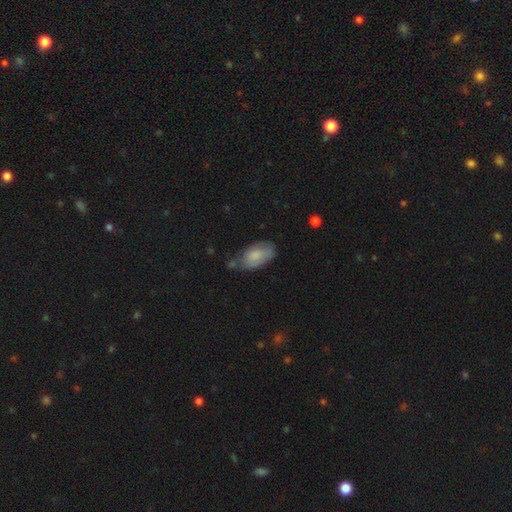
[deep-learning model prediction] Smooth or featured: smooth — 77% (featured or disk — 16%)
How rounded: in between — 93% (round — 4%)
Merging: none — 46% (minor disturbance — 36%)